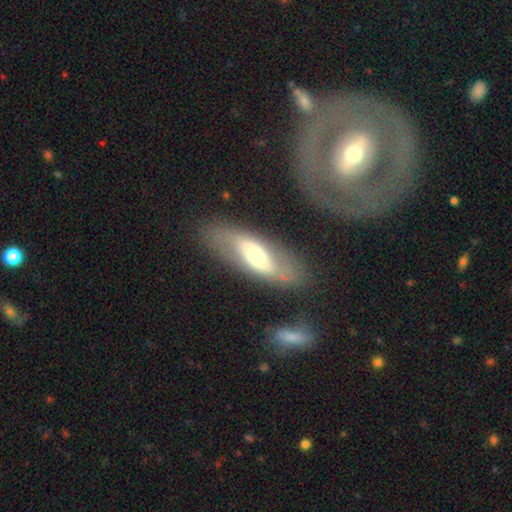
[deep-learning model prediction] Smooth or featured? Predicted: featured or disk (p=0.58). Edge-on disk? Predicted: no (p=0.78). Merging? Predicted: none (p=0.73).